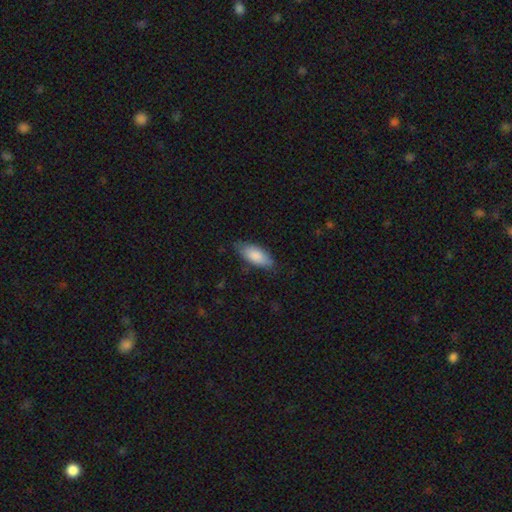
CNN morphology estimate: smooth 85%, featured or disk 9%, star or artifact 5%. Down the decision tree: how rounded — in between (86%); merging — none (73%).